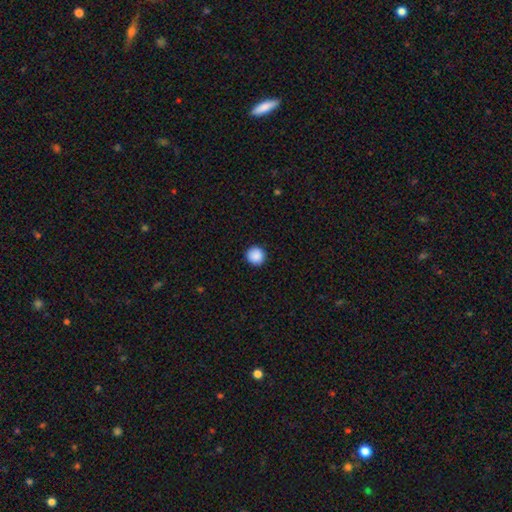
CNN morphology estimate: smooth 89%, star or artifact 8%, featured or disk 2%. Down the decision tree: how rounded — round (95%); merging — none (92%).